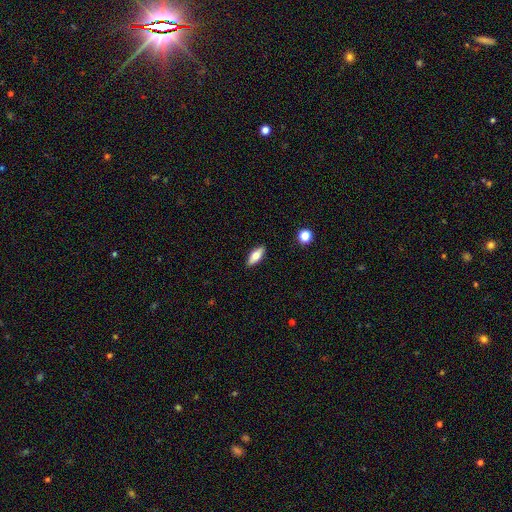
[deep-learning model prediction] smooth 69%, featured or disk 24%, star or artifact 7%. Down the decision tree: how rounded — in between (74%); merging — none (89%).